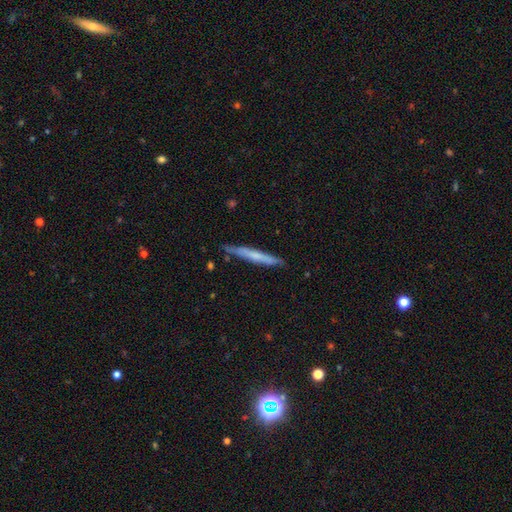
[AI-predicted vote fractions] Smooth or featured? smooth (53%)
How rounded? cigar-shaped (96%)
Merging? none (85%)